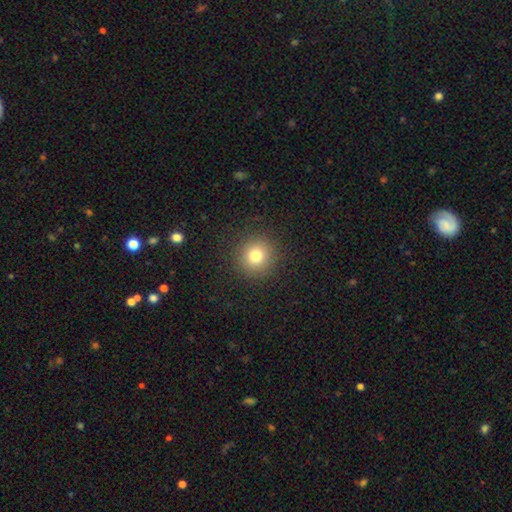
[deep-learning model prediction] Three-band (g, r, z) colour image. It shows a smooth galaxy with no disk features (78%) that is round (93%). Merging: none (90%).